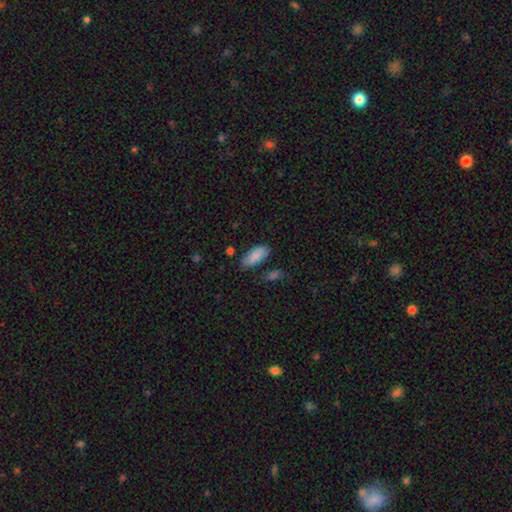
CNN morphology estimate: smooth-or-featured: smooth: 86% | featured or disk: 8% | star or artifact: 6%
  how-rounded: in between: 87% | cigar-shaped: 11% | round: 2%
  merging: none: 73% | minor disturbance: 17% | merger: 6% | major disturbance: 4%